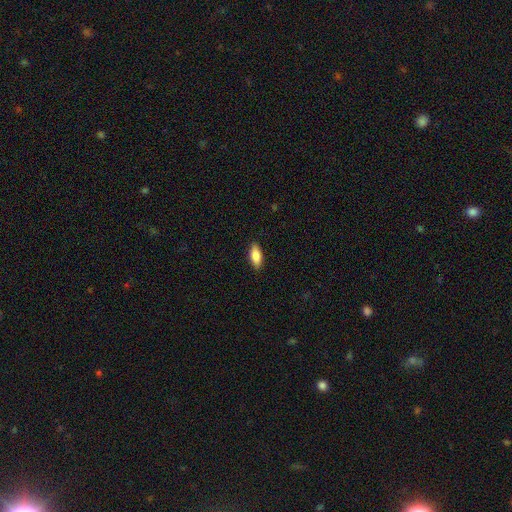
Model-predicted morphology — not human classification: smooth-or-featured: smooth: 84% | featured or disk: 10% | star or artifact: 6%
  how-rounded: in between: 81% | cigar-shaped: 17% | round: 2%
  merging: none: 89% | minor disturbance: 8% | major disturbance: 2% | merger: 1%